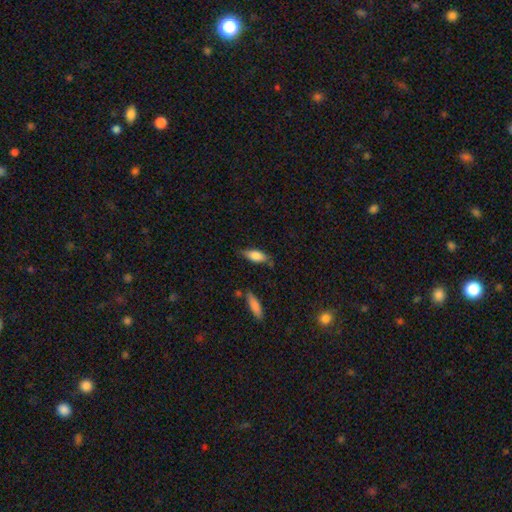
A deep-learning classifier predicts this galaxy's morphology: This is likely a smooth galaxy (74%). How rounded: likely in between (70%). Merging: likely none (71%).